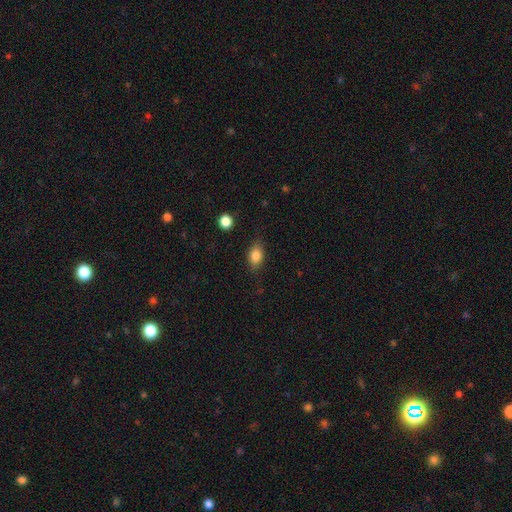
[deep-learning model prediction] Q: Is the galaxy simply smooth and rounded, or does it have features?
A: smooth — 83%.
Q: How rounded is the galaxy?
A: in between — 77%.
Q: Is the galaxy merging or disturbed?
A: none — 80%.